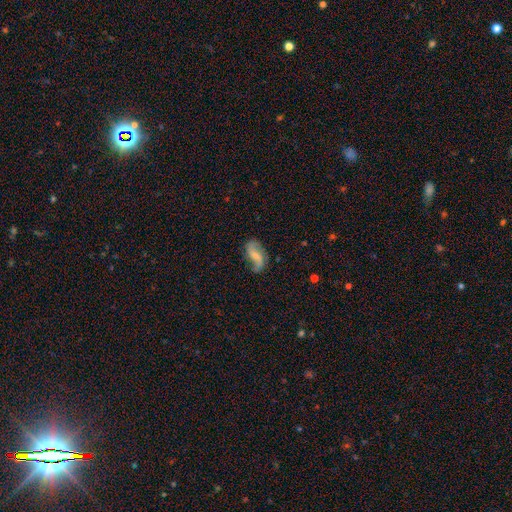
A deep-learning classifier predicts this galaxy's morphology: Overall: featured or disk (73%). Edge-on disk: no (96%). Bar: weak (46%; no 34%). Spiral arms: yes (93%). Spiral arm count: 2 (89%). Spiral winding: loose (71%). Bulge size: small (46%; moderate 30%). Merging: none (67%).